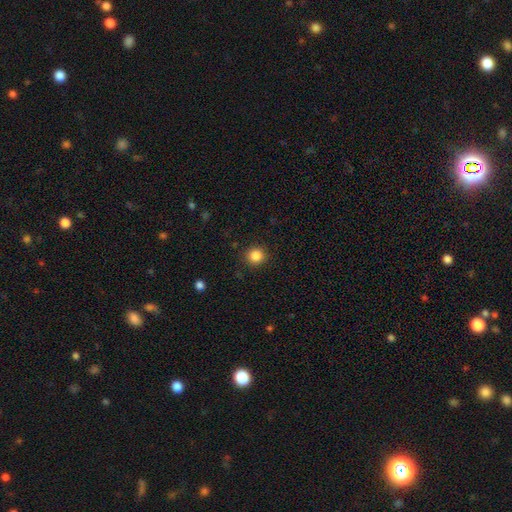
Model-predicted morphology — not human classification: Smooth or featured? Predicted: smooth (p=0.85). How rounded? Predicted: round (p=0.92). Merging? Predicted: none (p=0.90).